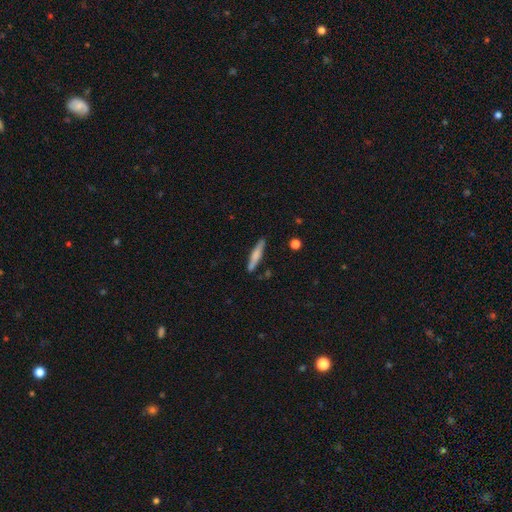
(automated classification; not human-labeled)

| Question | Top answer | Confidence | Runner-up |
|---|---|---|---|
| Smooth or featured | smooth | 63% | featured or disk (31%) |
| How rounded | cigar-shaped | 91% | in between (7%) |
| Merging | none | 87% | minor disturbance (9%) |